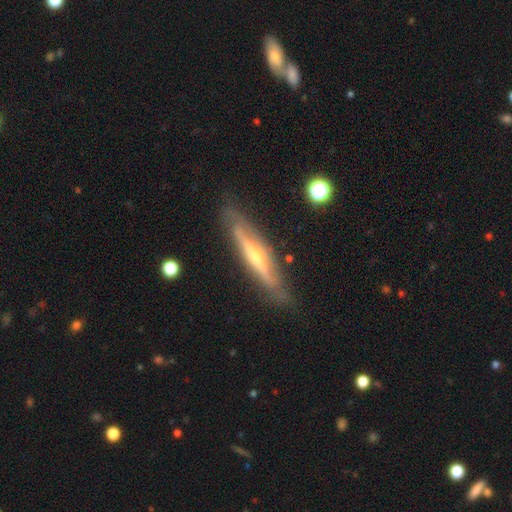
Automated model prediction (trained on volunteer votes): Overall: featured or disk (73%). Edge-on disk: yes (85%). Edge-on bulge: rounded (72%). Merging: none (78%).